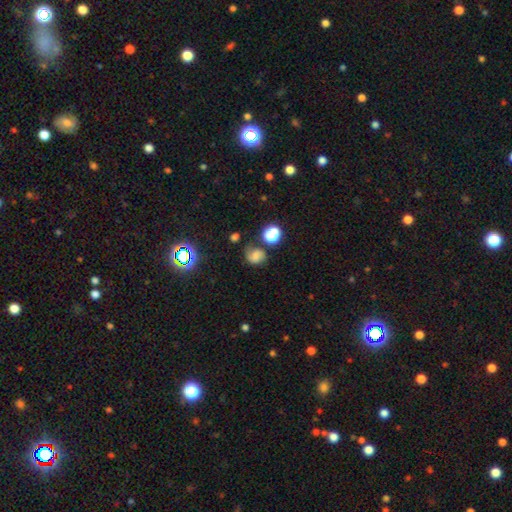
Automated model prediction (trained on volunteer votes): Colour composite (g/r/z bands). It shows a smooth galaxy with no disk features (48%). Merging: none (53%).